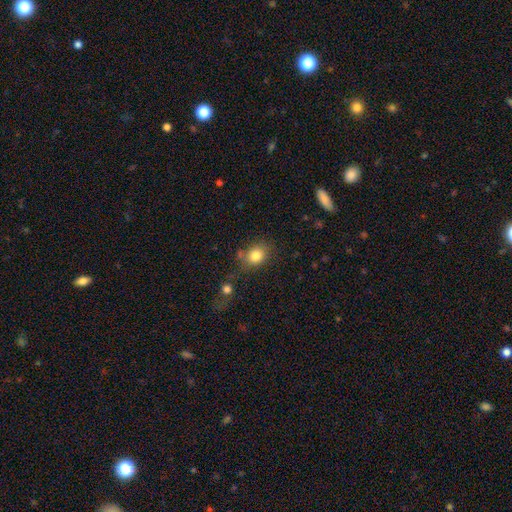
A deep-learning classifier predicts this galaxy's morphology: smooth-or-featured: smooth: 83% | star or artifact: 10% | featured or disk: 7%
  how-rounded: round: 55% | in between: 44% | cigar-shaped: 1%
  merging: none: 67% | minor disturbance: 16% | merger: 11% | major disturbance: 7%